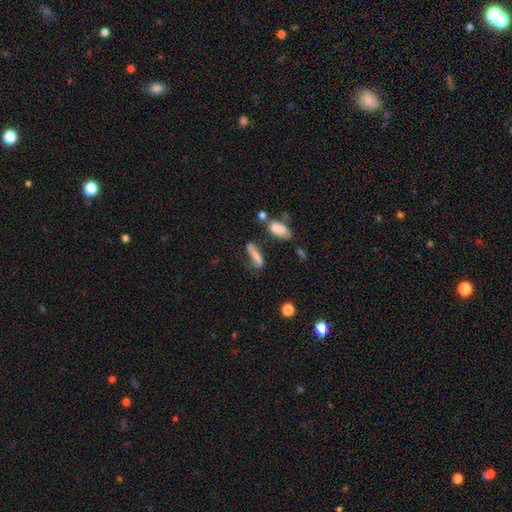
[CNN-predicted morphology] smooth_or_featured: smooth (p=0.60) [alt: featured or disk p=0.29]
how_rounded: cigar-shaped (p=0.55) [alt: in between p=0.41]
merging: none (p=0.46) [alt: minor disturbance p=0.24]